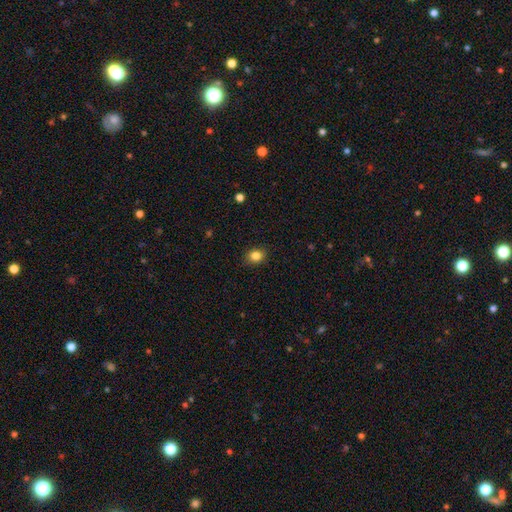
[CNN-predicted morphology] This is clearly a smooth galaxy (84%). How rounded: possibly round (59%). Merging: clearly none (88%).